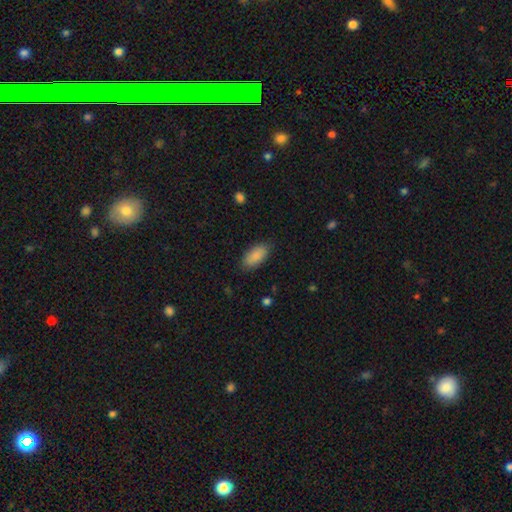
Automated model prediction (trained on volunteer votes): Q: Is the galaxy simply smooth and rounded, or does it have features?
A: smooth — 88%.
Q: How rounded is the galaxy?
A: in between — 92%.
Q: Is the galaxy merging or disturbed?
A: none — 85%.